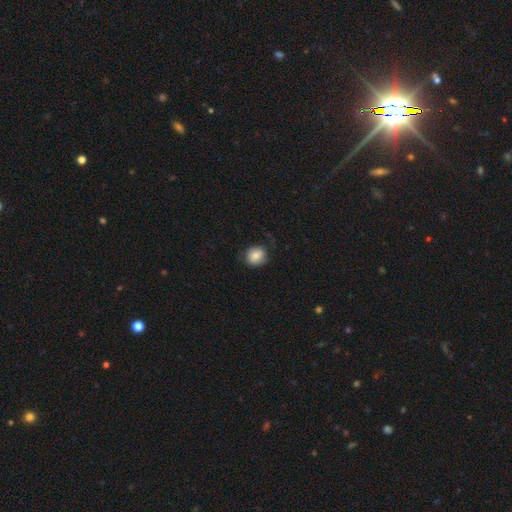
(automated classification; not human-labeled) Smooth or featured? Predicted: smooth (p=0.79). How rounded? Predicted: round (p=0.77). Merging? Predicted: none (p=0.73).